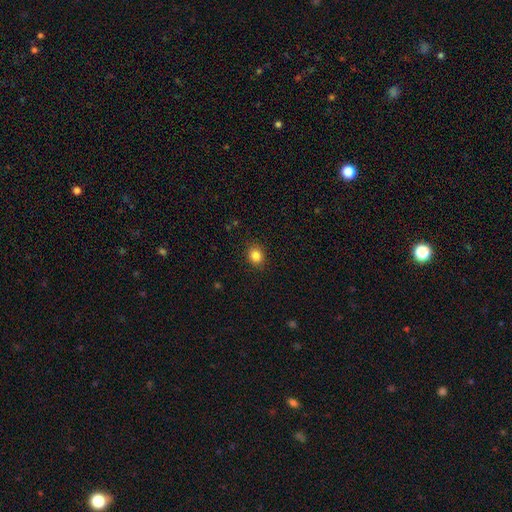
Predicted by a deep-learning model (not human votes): smooth-or-featured: smooth: 85% | star or artifact: 10% | featured or disk: 5%
  how-rounded: round: 63% | in between: 36% | cigar-shaped: 1%
  merging: none: 88% | minor disturbance: 8% | major disturbance: 2% | merger: 1%